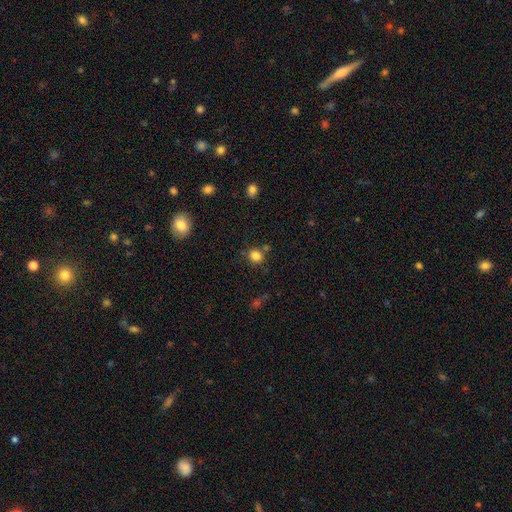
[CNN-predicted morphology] Smooth or featured? Predicted: smooth (p=0.82). How rounded? Predicted: round (p=0.80). Merging? Predicted: none (p=0.73).